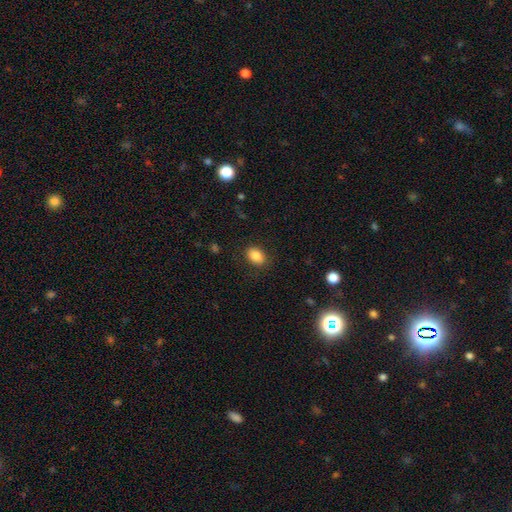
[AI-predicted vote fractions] This appears to be a smooth galaxy with no disk features (86%) that is in between round and cigar-shaped (74%). Merging: none (85%).